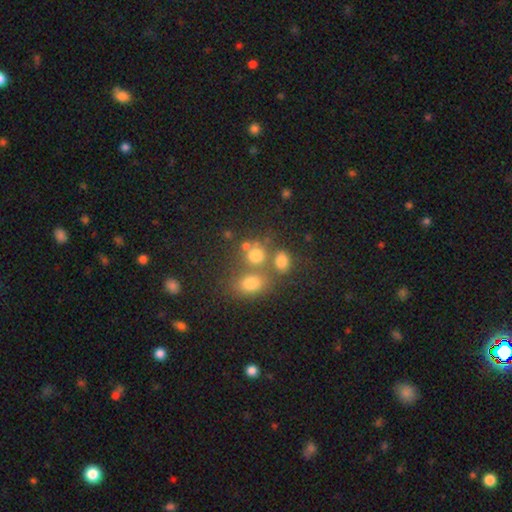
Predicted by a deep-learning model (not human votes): Smooth or featured: smooth — 71% (star or artifact — 17%)
How rounded: round — 66% (in between — 33%)
Merging: none — 47% (merger — 36%)